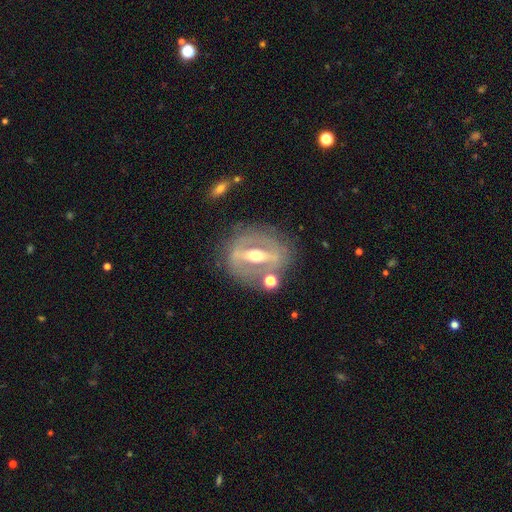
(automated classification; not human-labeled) Smooth or featured? featured or disk (80%)
Edge-on disk? no (75%)
Bar? strong (73%)
Spiral arms? no (67%)
Bulge size? moderate (74%)
Merging? none (72%)